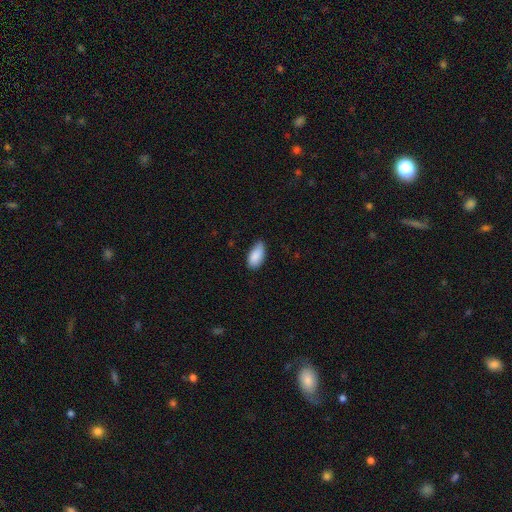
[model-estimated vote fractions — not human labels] Q: Smooth or featured?
A: smooth (88%); runner-up: star or artifact (7%)
Q: How rounded?
A: in between (93%); runner-up: cigar-shaped (5%)
Q: Merging?
A: none (67%); runner-up: minor disturbance (28%)